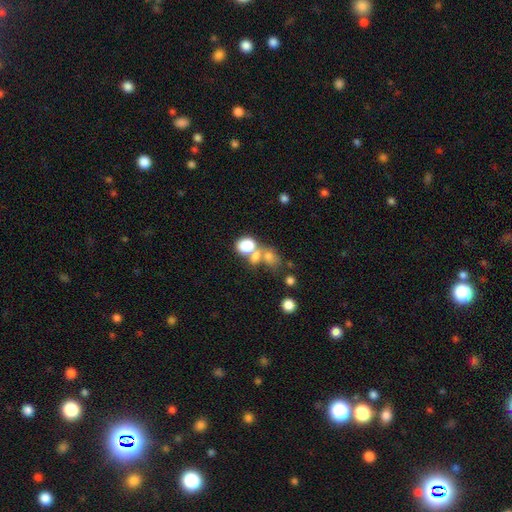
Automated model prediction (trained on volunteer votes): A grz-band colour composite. It shows a smooth galaxy with no disk features (71%) that is in between round and cigar-shaped (58%). Merging: merger (56%).